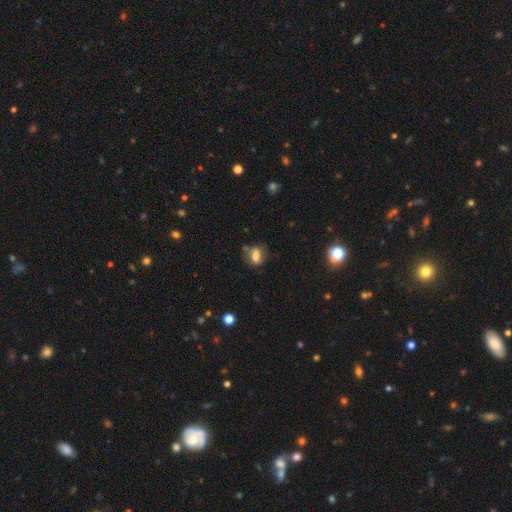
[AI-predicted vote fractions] Morphology: type=smooth (69%); roundness=in between (72%); merging=none (63%).